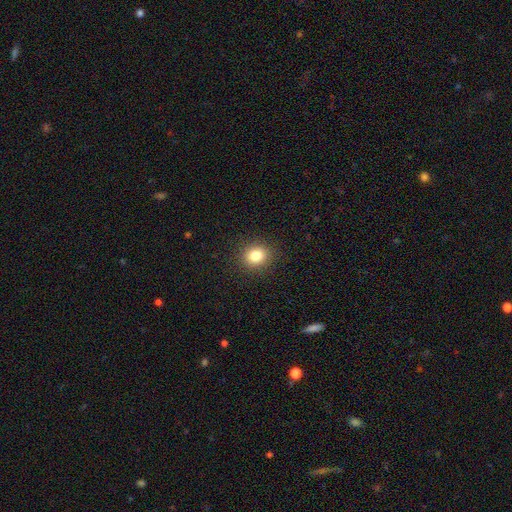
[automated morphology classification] A smooth galaxy with no disk features (83%) that is round (73%).

Vote fractions:
- Smooth or featured? smooth: 83% / star or artifact: 11% / featured or disk: 6%
- How rounded? round: 73% / in between: 26% / cigar-shaped: 1%
- Merging? none: 90% / minor disturbance: 7% / major disturbance: 2% / merger: 1%